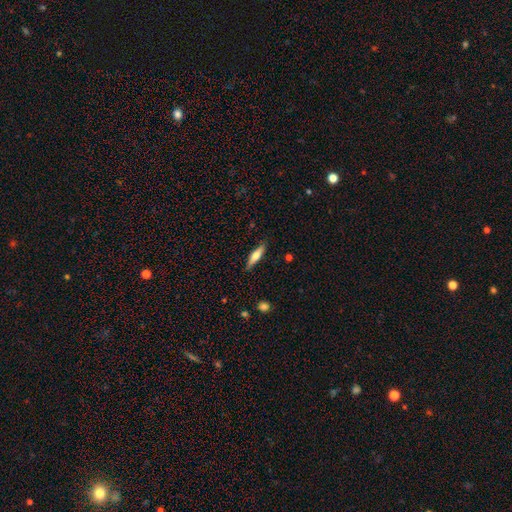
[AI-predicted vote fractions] smooth_or_featured: smooth (p=0.51) [alt: featured or disk p=0.44]
how_rounded: cigar-shaped (p=0.74) [alt: in between p=0.24]
merging: none (p=0.87) [alt: minor disturbance p=0.10]